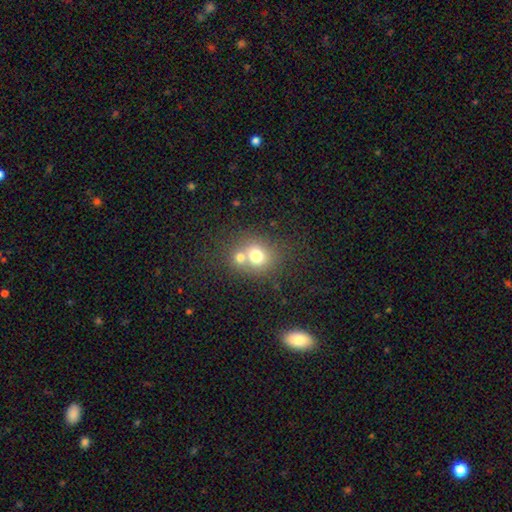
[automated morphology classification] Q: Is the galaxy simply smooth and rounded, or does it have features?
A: smooth — 71%.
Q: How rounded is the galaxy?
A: round — 72%.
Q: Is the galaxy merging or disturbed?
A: merger — 52%.